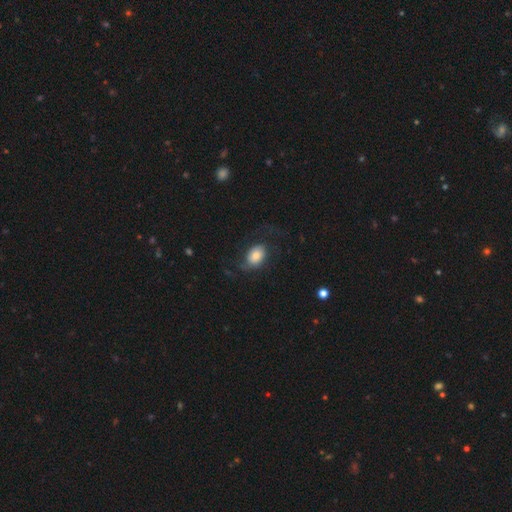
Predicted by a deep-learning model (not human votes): Smooth or featured? smooth (69%)
How rounded? in between (82%)
Merging? none (55%)